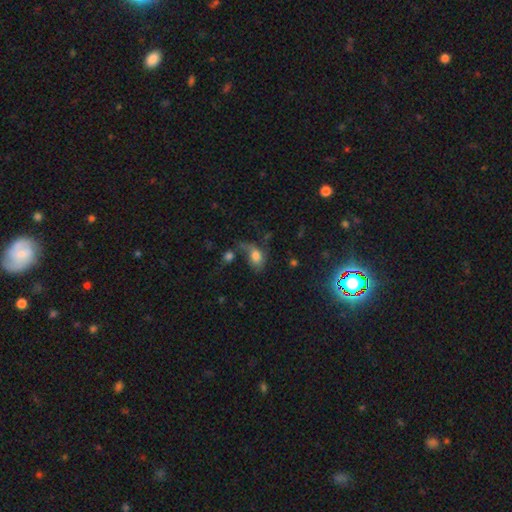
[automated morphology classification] Overall: smooth (67%). How rounded: in between (74%). Merging: none (29%, tied with major disturbance).